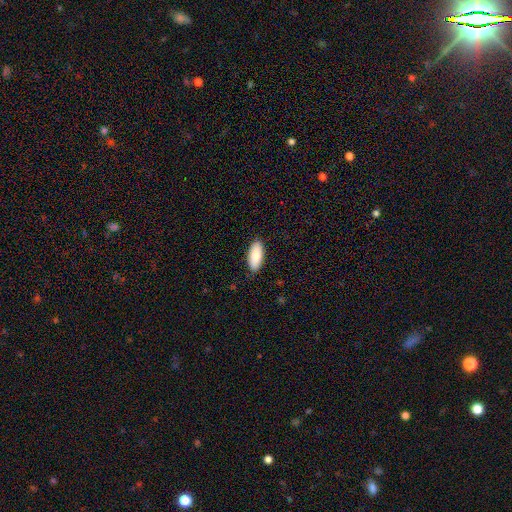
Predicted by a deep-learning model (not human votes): Q: Smooth or featured?
A: smooth (85%); runner-up: featured or disk (9%)
Q: How rounded?
A: in between (85%); runner-up: cigar-shaped (13%)
Q: Merging?
A: none (89%); runner-up: minor disturbance (9%)